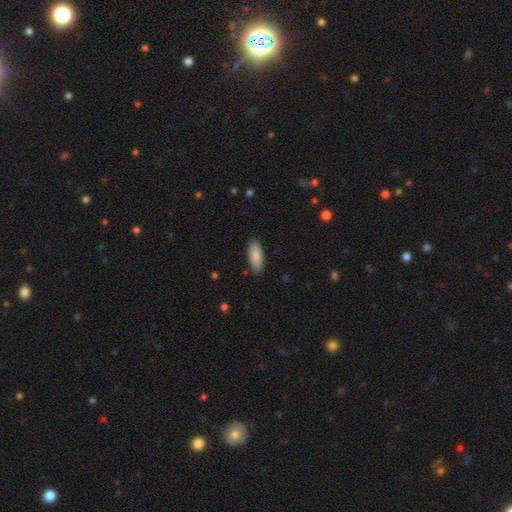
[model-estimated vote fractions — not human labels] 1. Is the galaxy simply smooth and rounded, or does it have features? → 88% smooth, 7% featured or disk, 6% star or artifact.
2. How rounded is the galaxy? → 72% in between, 26% cigar-shaped, 2% round.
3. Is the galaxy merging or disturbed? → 87% none, 10% minor disturbance, 2% major disturbance, 1% merger.